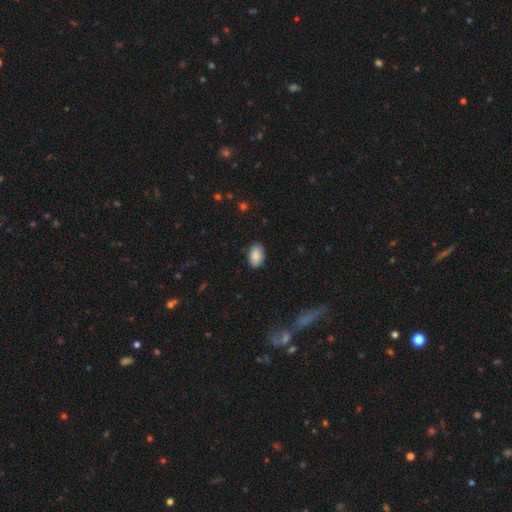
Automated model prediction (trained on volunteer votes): Smooth or featured? smooth (89%)
How rounded? in between (92%)
Merging? none (86%)